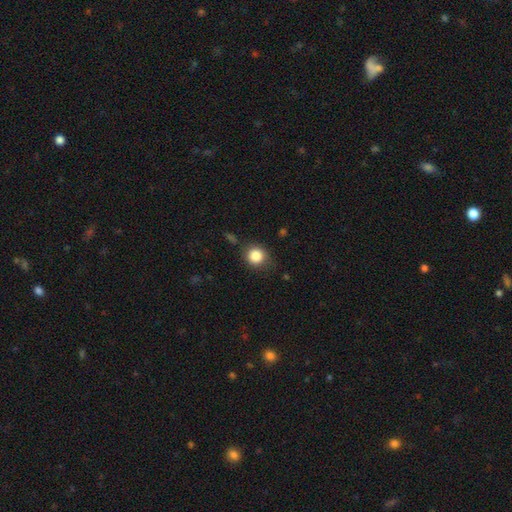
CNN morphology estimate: type=smooth (84%); roundness=round (87%); merging=none (79%).